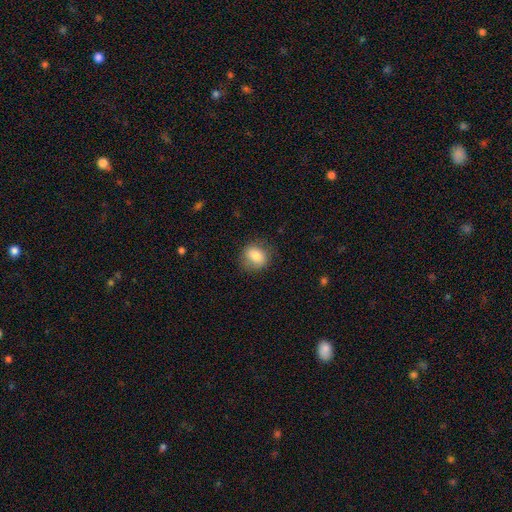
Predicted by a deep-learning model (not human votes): Q: Smooth or featured?
A: smooth (80%); runner-up: featured or disk (11%)
Q: How rounded?
A: round (62%); runner-up: in between (37%)
Q: Merging?
A: none (80%); runner-up: minor disturbance (15%)